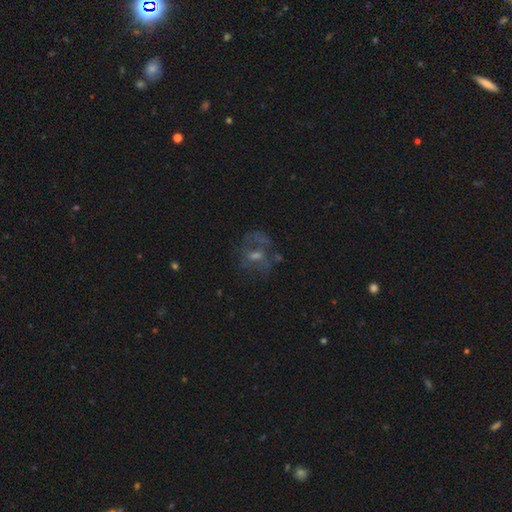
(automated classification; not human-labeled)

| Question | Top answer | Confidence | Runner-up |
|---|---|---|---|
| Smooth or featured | featured or disk | 53% | smooth (24%) |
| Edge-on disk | no | 95% | yes (5%) |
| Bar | no | 60% | weak (32%) |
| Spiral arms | no | 64% | yes (36%) |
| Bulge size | moderate | 42% | small (38%) |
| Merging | none | 52% | major disturbance (25%) |